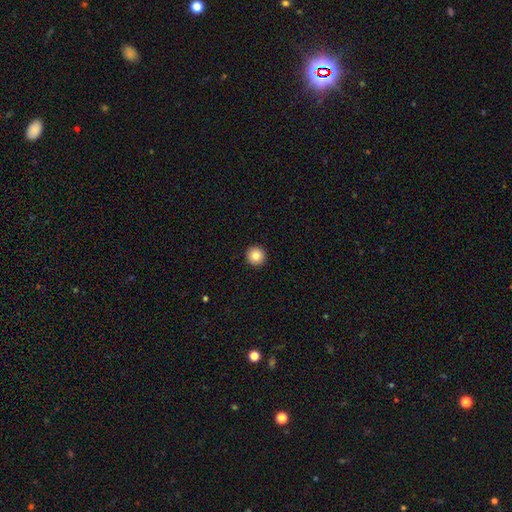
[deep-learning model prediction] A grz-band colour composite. It shows a smooth galaxy with no disk features (84%) that is round (96%). Merging: none (94%).